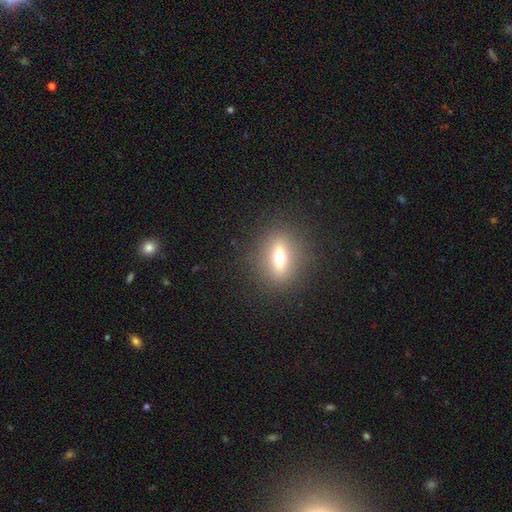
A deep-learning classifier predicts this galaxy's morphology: This is marginally a featured or disk galaxy (42%). Merging: clearly none (89%).